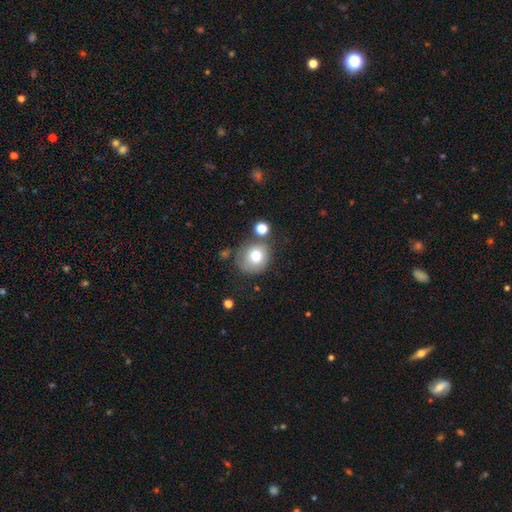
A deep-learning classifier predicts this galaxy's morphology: Overall: smooth (76%). How rounded: round (81%). Merging: none (62%).